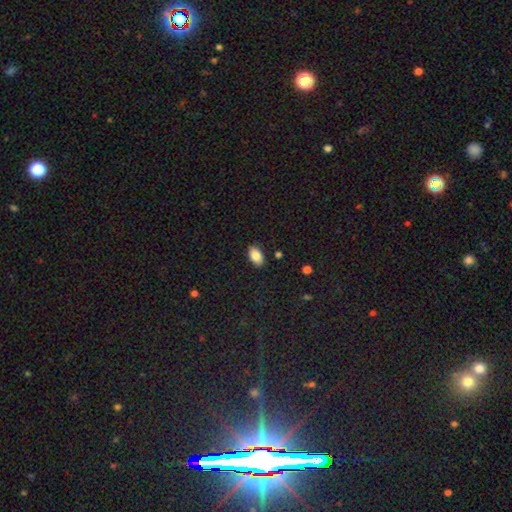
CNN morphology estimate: A smooth galaxy with no disk features (86%) that is in between round and cigar-shaped (93%).

Vote fractions:
- Smooth or featured? smooth: 86% / star or artifact: 8% / featured or disk: 6%
- How rounded? in between: 93% / round: 5% / cigar-shaped: 2%
- Merging? none: 88% / minor disturbance: 9% / major disturbance: 2% / merger: 1%